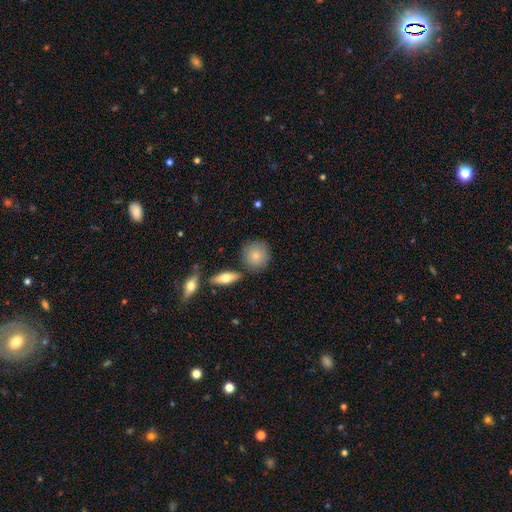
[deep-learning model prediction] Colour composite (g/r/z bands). It shows a smooth galaxy with no disk features (80%) that is round (88%). Merging: none (79%).